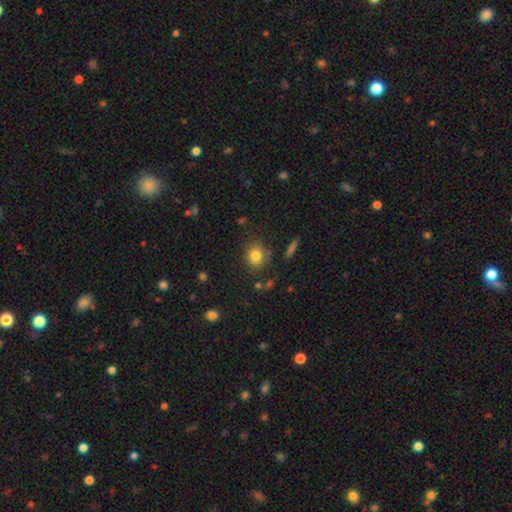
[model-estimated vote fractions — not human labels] Smooth or featured: smooth — 81% (star or artifact — 11%)
How rounded: round — 70% (in between — 28%)
Merging: none — 79% (minor disturbance — 14%)